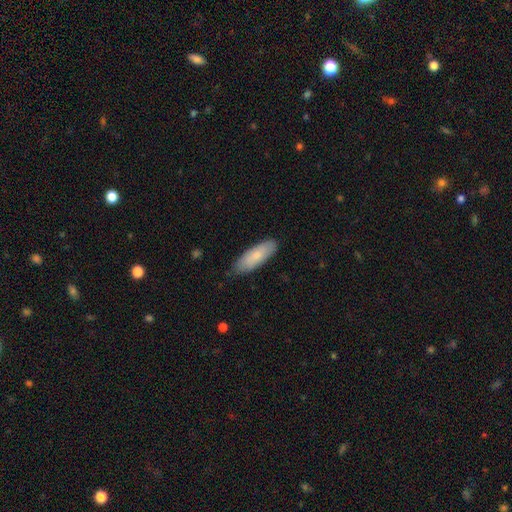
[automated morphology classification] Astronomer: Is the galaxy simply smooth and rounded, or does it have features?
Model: smooth — 77%.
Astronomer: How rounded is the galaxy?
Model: in between — 62%.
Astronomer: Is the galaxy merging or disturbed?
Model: none — 79%.